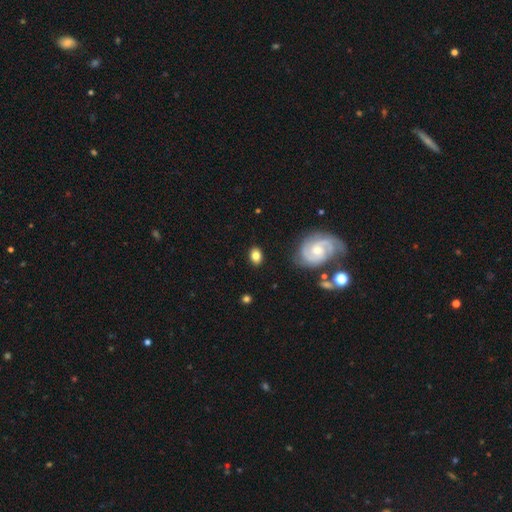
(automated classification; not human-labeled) smooth-or-featured: smooth: 74% | featured or disk: 18% | star or artifact: 8%
  how-rounded: in between: 74% | round: 25% | cigar-shaped: 2%
  merging: none: 83% | minor disturbance: 12% | major disturbance: 3% | merger: 2%